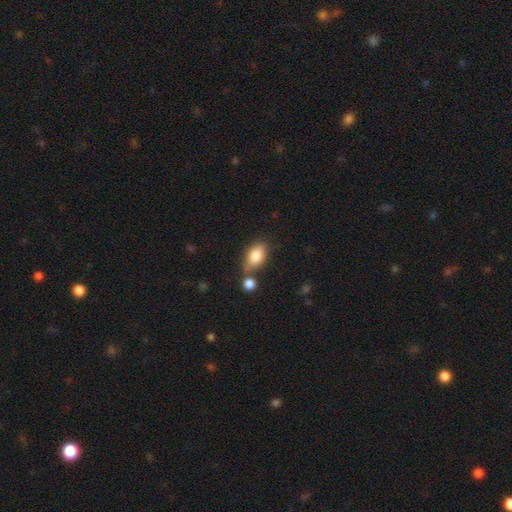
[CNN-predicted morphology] The model was most divided on "merging": none: 54%, merger: 22%, minor disturbance: 19%, major disturbance: 6%. More confident: how rounded — in between (87%); smooth or featured — smooth (81%).